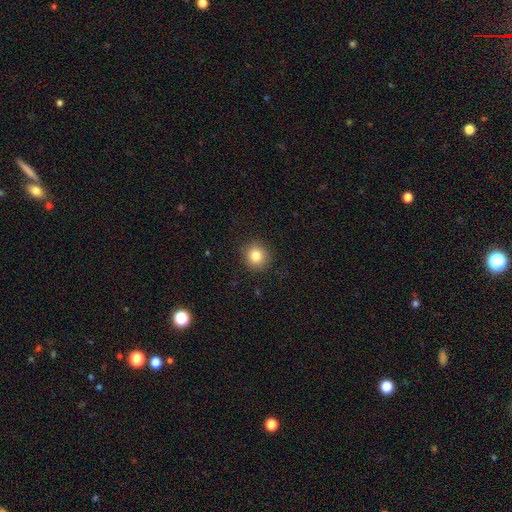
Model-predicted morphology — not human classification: Overall: smooth (82%). How rounded: round (90%). Merging: none (90%).